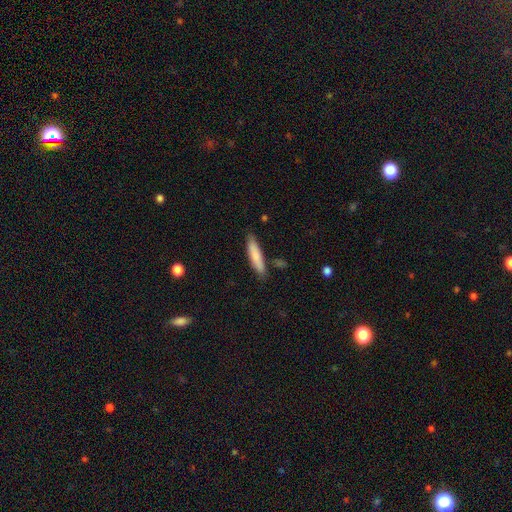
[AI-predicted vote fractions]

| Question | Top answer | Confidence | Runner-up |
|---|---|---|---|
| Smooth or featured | smooth | 80% | featured or disk (14%) |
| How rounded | cigar-shaped | 85% | in between (14%) |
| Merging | none | 82% | minor disturbance (12%) |